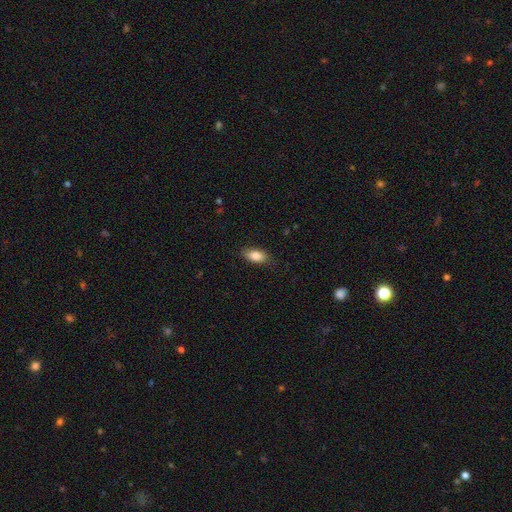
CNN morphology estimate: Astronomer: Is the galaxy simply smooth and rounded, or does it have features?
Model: smooth — 85%.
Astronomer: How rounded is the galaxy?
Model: in between — 88%.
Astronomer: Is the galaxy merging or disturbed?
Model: none — 83%.